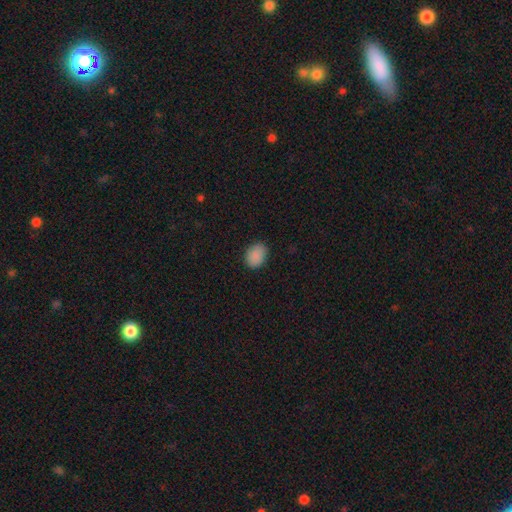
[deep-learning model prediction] Smooth or featured? smooth (89%)
How rounded? in between (66%)
Merging? none (86%)